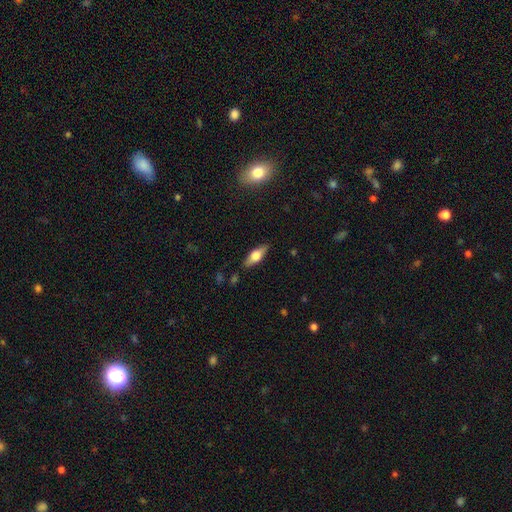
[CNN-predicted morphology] Smooth or featured? smooth (51%)
How rounded? in between (64%)
Merging? none (85%)